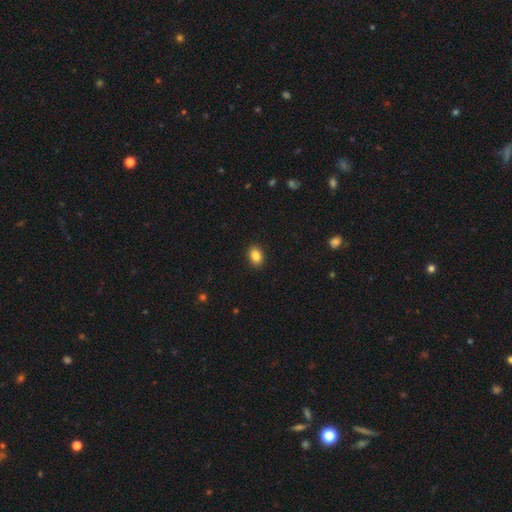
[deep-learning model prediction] Smooth or featured?
  - smooth: 85% *
  - star or artifact: 9%
  - featured or disk: 5%
How rounded?
  - in between: 74% *
  - round: 25%
  - cigar-shaped: 1%
Merging?
  - none: 91% *
  - minor disturbance: 7%
  - major disturbance: 2%
  - merger: 1%